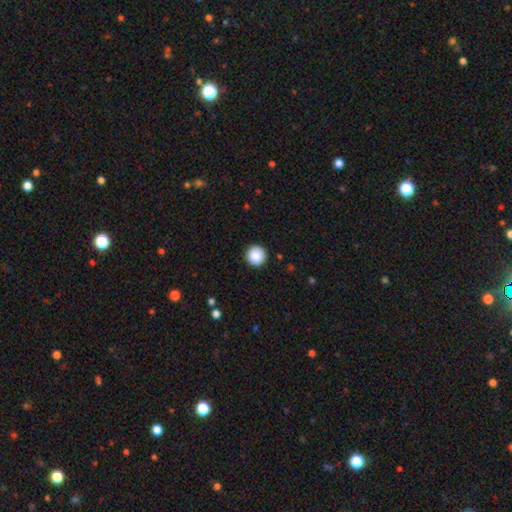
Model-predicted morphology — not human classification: A smooth galaxy with no disk features (88%) that is round (97%). Merging: none (93%).